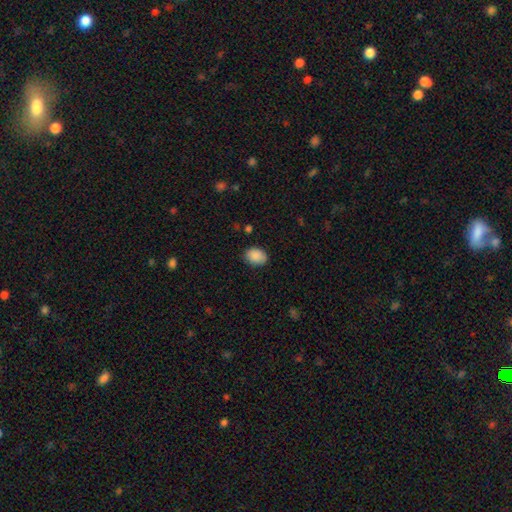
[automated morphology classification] The model was most divided on "how rounded": in between: 70%, round: 30%, cigar-shaped: 1%. More confident: smooth or featured — smooth (89%); merging — none (81%).